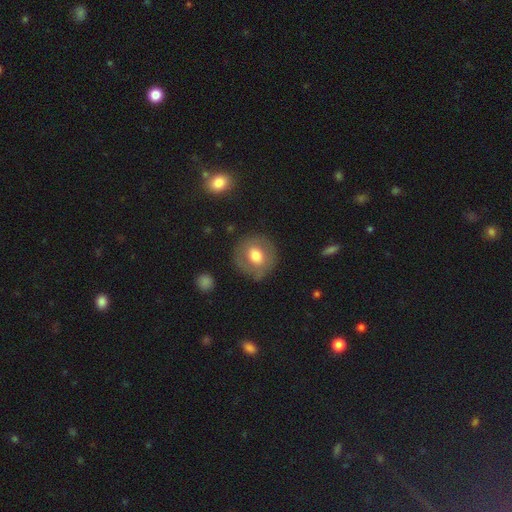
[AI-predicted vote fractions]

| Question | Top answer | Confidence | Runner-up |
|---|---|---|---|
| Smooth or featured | smooth | 61% | featured or disk (31%) |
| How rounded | round | 88% | in between (11%) |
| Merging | none | 81% | minor disturbance (12%) |